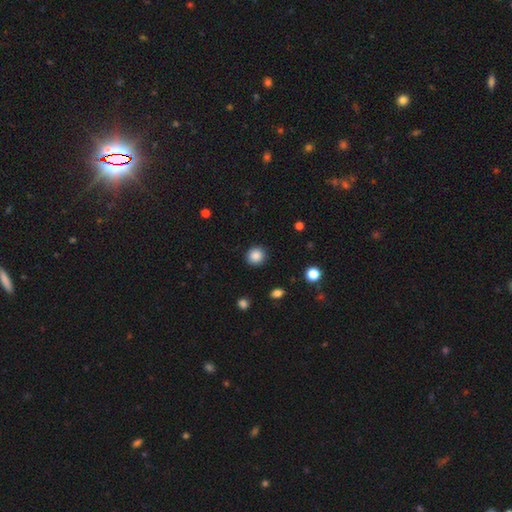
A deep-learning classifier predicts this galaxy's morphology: Smooth or featured? Predicted: smooth (p=0.87). How rounded? Predicted: round (p=0.92). Merging? Predicted: none (p=0.91).